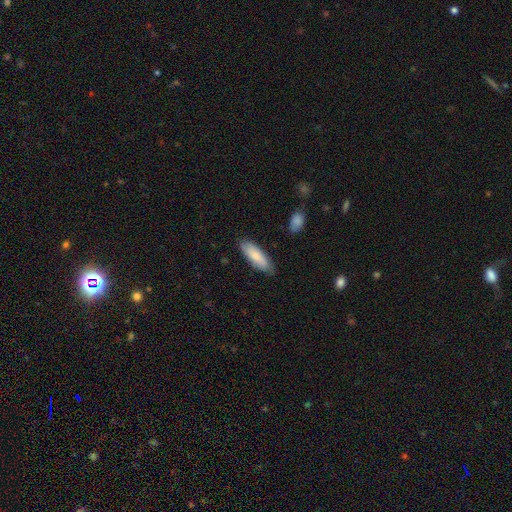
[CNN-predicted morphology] type=smooth (80%); roundness=in between (59%); merging=none (83%).